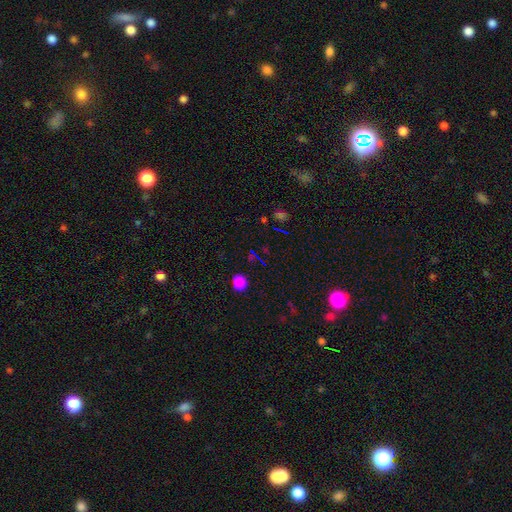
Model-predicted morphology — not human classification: Q: Smooth or featured?
A: smooth (48%); runner-up: star or artifact (45%)
Q: Merging?
A: none (88%); runner-up: minor disturbance (7%)